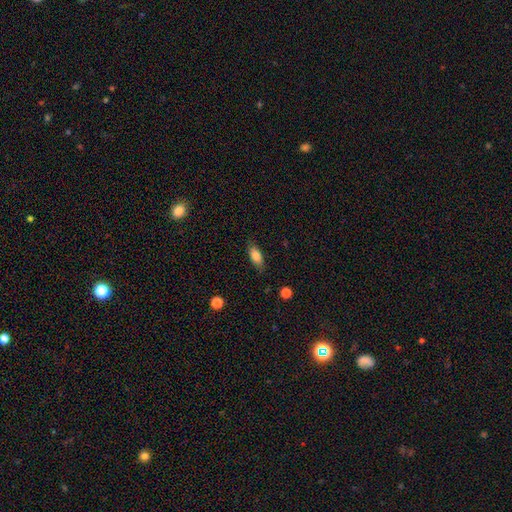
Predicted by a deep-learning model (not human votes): A smooth galaxy with no disk features (81%) that is in between round and cigar-shaped (82%). Merging: none (81%).